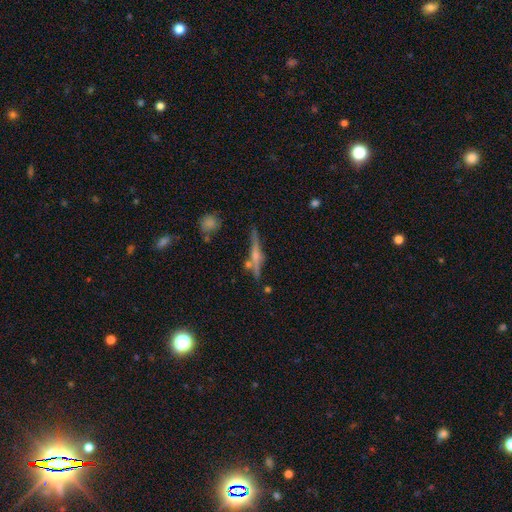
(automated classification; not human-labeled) A featured or disk galaxy (66%) viewed edge-on (95%) with a rounded central bulge (75%). Merging: none (76%).